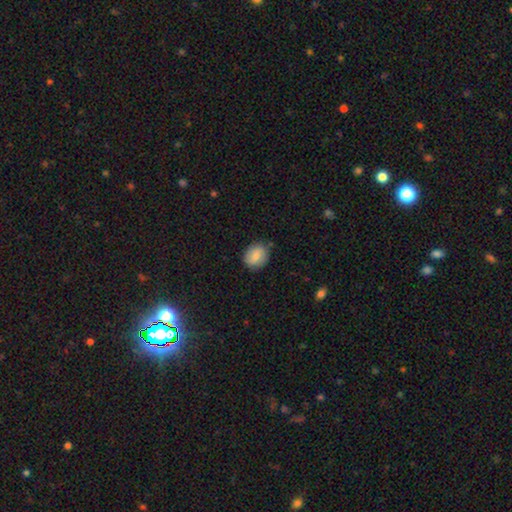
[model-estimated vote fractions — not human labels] smooth 80%, featured or disk 13%, star or artifact 8%. Down the decision tree: how rounded — round (57%); merging — none (79%).